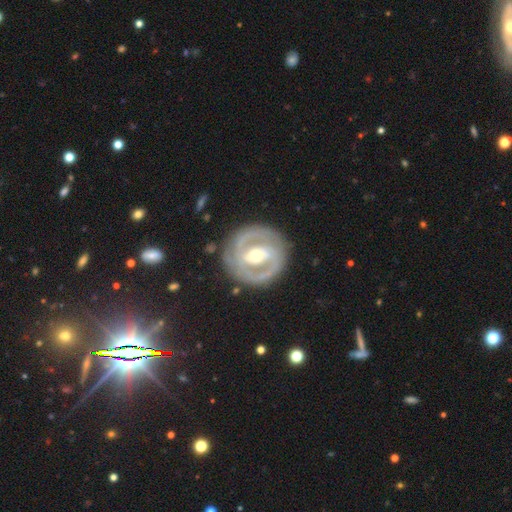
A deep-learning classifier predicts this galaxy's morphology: featured or disk 84%, smooth 12%, star or artifact 4%. Down the decision tree: edge-on disk — no (97%); bar — weak (41%); spiral arms — yes (84%); spiral arm count — 2 (79%); spiral winding — tight (55%); bulge size — moderate (72%); merging — none (83%).